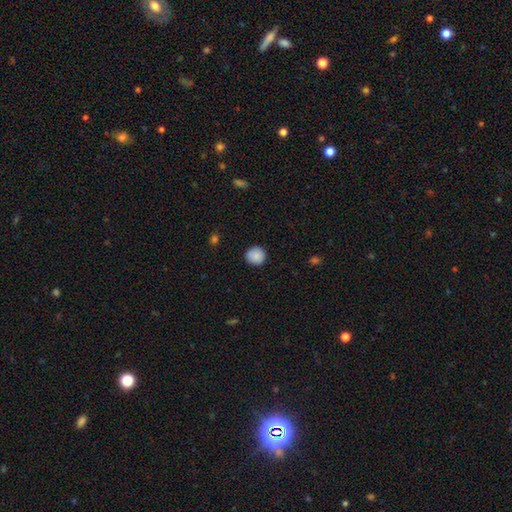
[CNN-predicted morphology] smooth_or_featured: smooth (p=0.87) [alt: star or artifact p=0.08]
how_rounded: round (p=0.93) [alt: in between p=0.06]
merging: none (p=0.90) [alt: minor disturbance p=0.07]